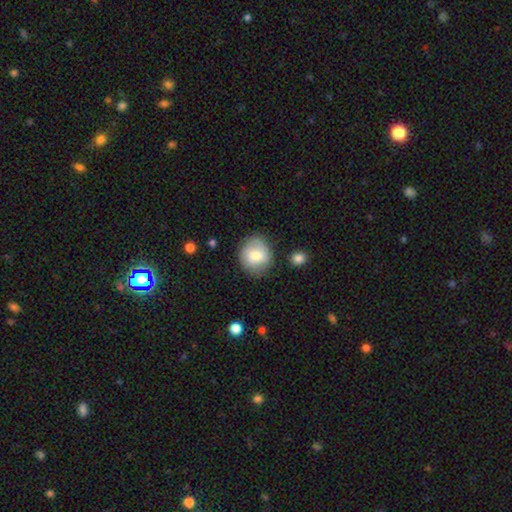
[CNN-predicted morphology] smooth_or_featured: smooth (p=0.68) [alt: featured or disk p=0.24]
how_rounded: round (p=0.83) [alt: in between p=0.16]
merging: none (p=0.79) [alt: minor disturbance p=0.15]